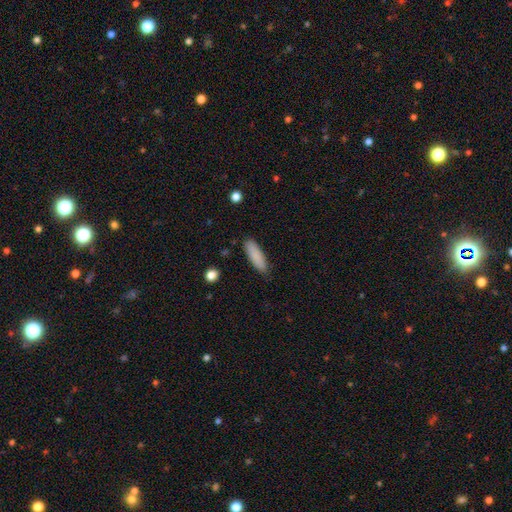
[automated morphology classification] type=smooth (87%); roundness=cigar-shaped (49%, tied with in between); merging=none (84%).